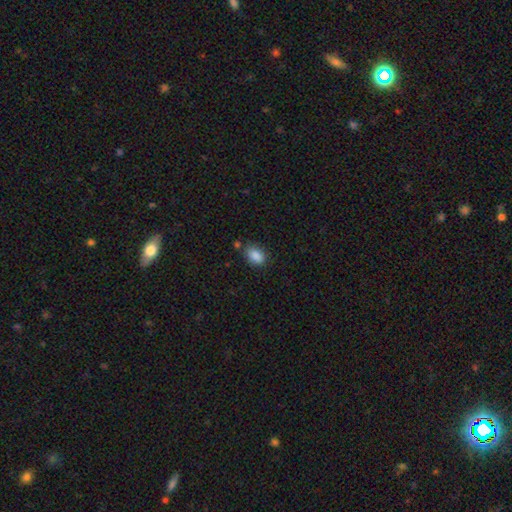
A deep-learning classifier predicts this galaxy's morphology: This appears to be a smooth galaxy with no disk features (87%) that is in between round and cigar-shaped (82%). Merging: none (72%).